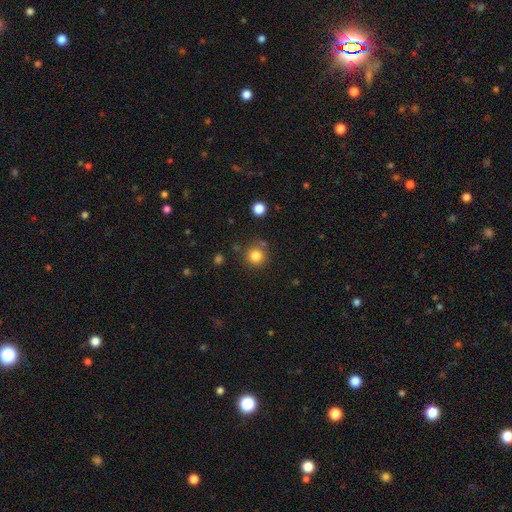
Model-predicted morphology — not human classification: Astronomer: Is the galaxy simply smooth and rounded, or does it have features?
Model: smooth — 83%.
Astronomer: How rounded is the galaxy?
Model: round — 94%.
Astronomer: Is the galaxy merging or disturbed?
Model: none — 80%.